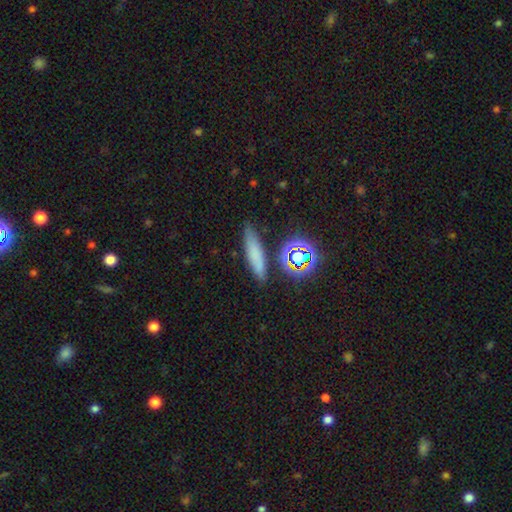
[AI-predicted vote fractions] Overall: smooth (68%). How rounded: cigar-shaped (74%). Merging: none (82%).